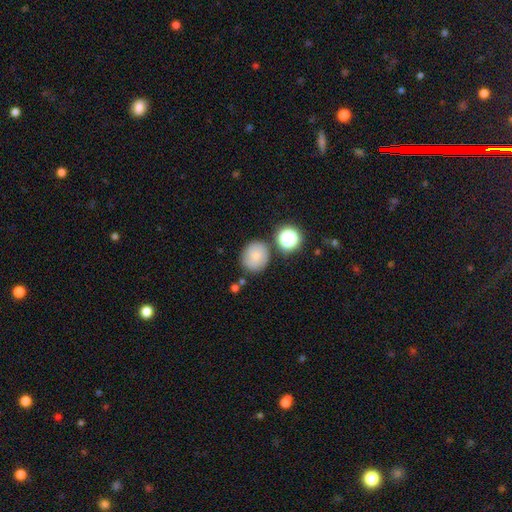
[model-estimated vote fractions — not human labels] A smooth galaxy with no disk features (74%) that is round (81%).

Vote fractions:
- Smooth or featured? smooth: 74% / featured or disk: 14% / star or artifact: 12%
- How rounded? round: 81% / in between: 18% / cigar-shaped: 1%
- Merging? none: 73% / minor disturbance: 14% / merger: 9% / major disturbance: 4%